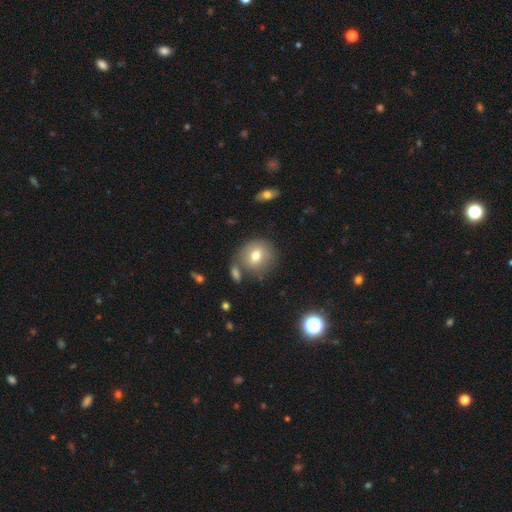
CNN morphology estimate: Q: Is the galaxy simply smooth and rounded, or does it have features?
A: smooth — 72%.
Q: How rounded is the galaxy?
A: round — 85%.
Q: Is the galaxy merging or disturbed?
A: none — 67%.